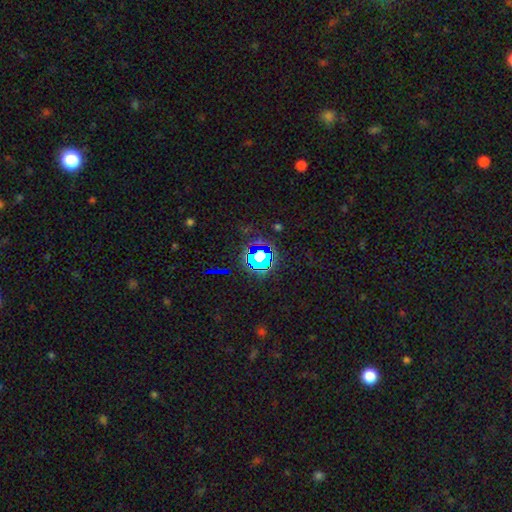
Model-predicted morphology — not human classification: star or artifact 68%, smooth 20%, featured or disk 12%.